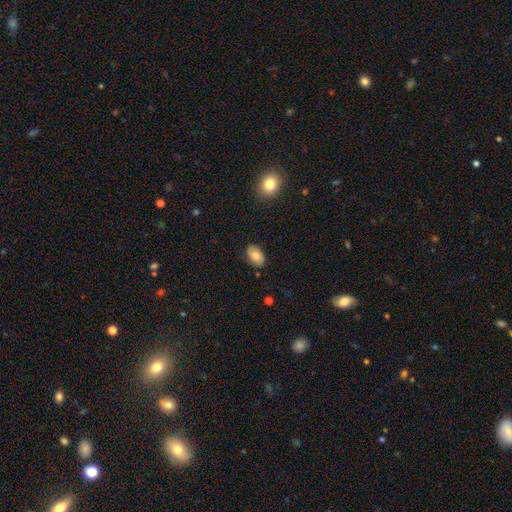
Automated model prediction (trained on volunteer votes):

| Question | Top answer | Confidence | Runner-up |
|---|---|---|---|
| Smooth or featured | smooth | 79% | featured or disk (14%) |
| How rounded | in between | 90% | round (8%) |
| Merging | none | 82% | minor disturbance (13%) |